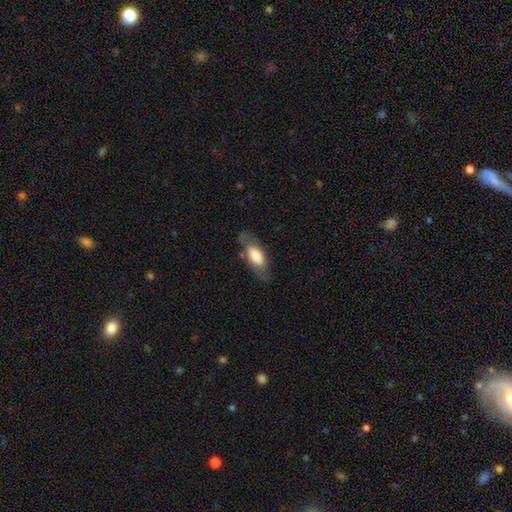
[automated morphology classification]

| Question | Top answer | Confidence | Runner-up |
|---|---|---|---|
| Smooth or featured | smooth | 64% | featured or disk (30%) |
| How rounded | in between | 77% | cigar-shaped (21%) |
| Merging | none | 72% | minor disturbance (18%) |